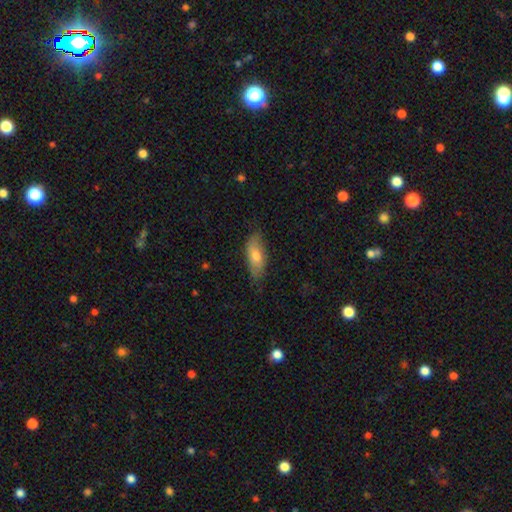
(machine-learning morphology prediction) Q: Smooth or featured?
A: smooth (67%); runner-up: featured or disk (26%)
Q: How rounded?
A: in between (75%); runner-up: cigar-shaped (22%)
Q: Merging?
A: none (74%); runner-up: minor disturbance (21%)